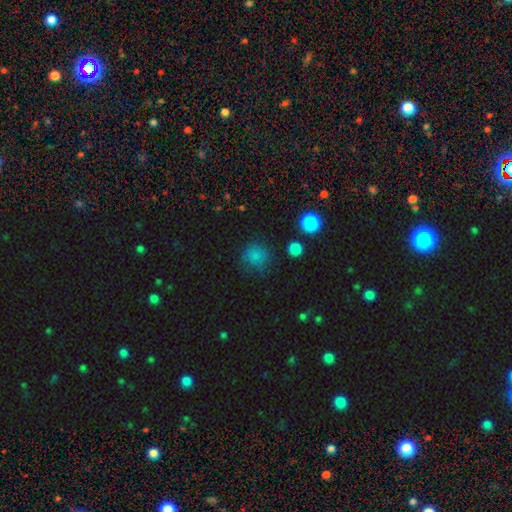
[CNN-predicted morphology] Smooth or featured: smooth — 77% (star or artifact — 16%)
How rounded: round — 86% (in between — 13%)
Merging: none — 71% (minor disturbance — 18%)